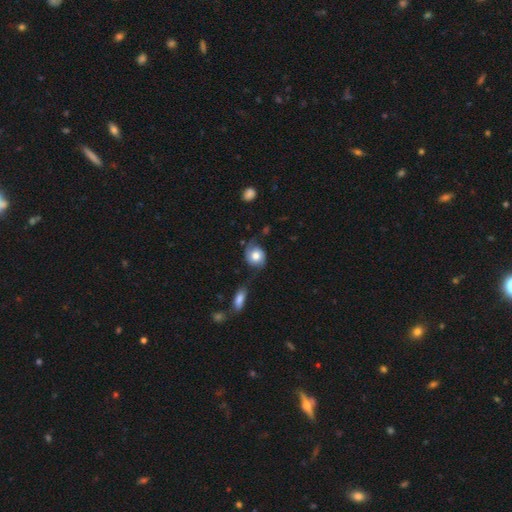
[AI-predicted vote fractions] This is possibly a smooth galaxy (53%). How rounded: likely round (68%). Merging: possibly none (55%).